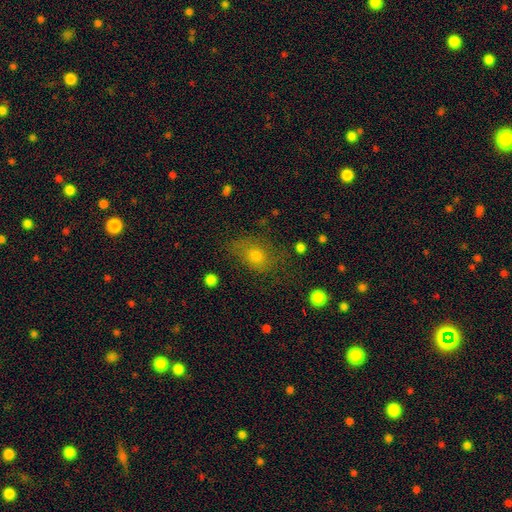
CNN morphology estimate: Smooth or featured? smooth (68%)
How rounded? in between (63%)
Merging? none (62%)